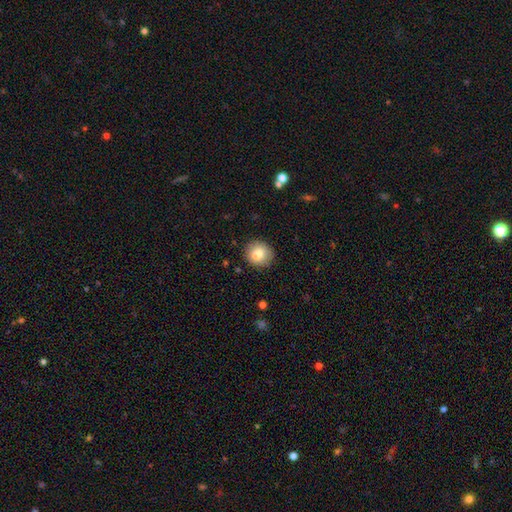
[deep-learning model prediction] Smooth or featured: smooth — 81% (featured or disk — 10%)
How rounded: round — 83% (in between — 16%)
Merging: none — 81% (minor disturbance — 11%)